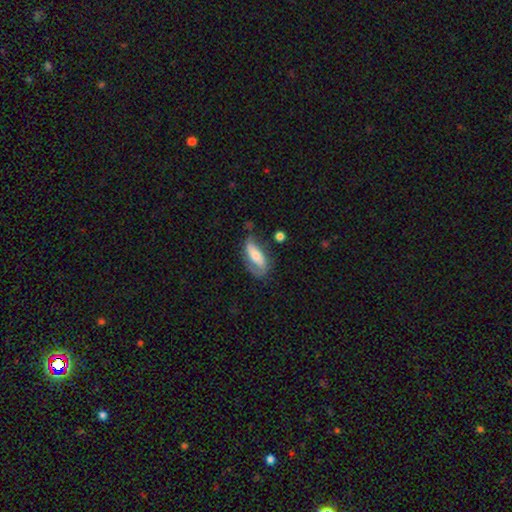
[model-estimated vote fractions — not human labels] Smooth or featured? Predicted: featured or disk (p=0.53). Edge-on disk? Predicted: no (p=0.81). Merging? Predicted: none (p=0.57).